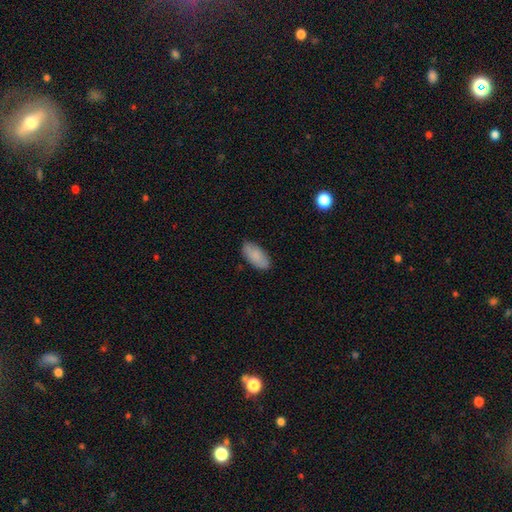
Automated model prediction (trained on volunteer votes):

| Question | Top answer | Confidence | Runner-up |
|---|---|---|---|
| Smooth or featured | smooth | 87% | featured or disk (7%) |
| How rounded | in between | 92% | cigar-shaped (6%) |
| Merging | none | 85% | minor disturbance (12%) |